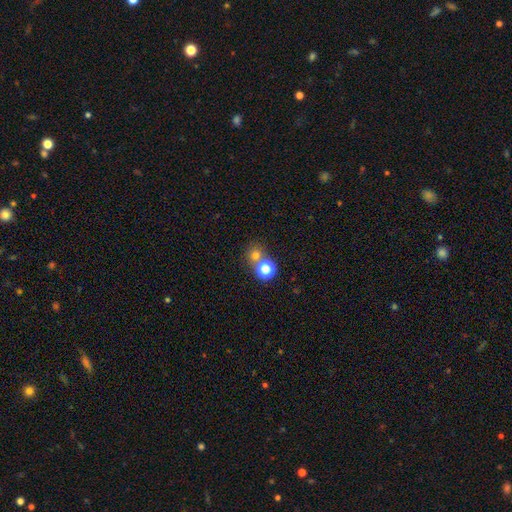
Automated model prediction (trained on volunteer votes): smooth_or_featured: smooth (p=0.70) [alt: star or artifact p=0.21]
how_rounded: round (p=0.86) [alt: in between p=0.13]
merging: none (p=0.59) [alt: merger p=0.32]